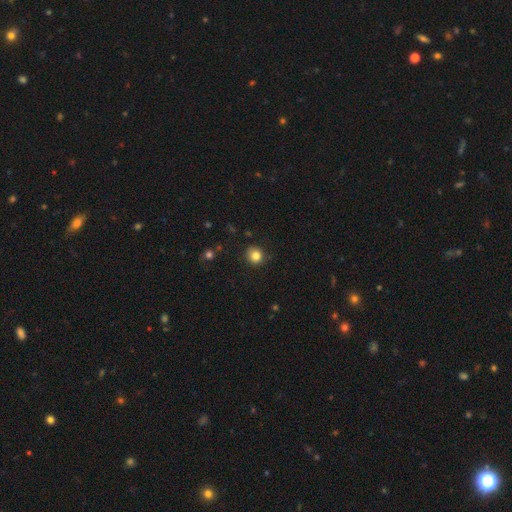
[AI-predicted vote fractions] smooth_or_featured: smooth (p=0.83) [alt: star or artifact p=0.11]
how_rounded: round (p=0.88) [alt: in between p=0.11]
merging: none (p=0.87) [alt: minor disturbance p=0.10]